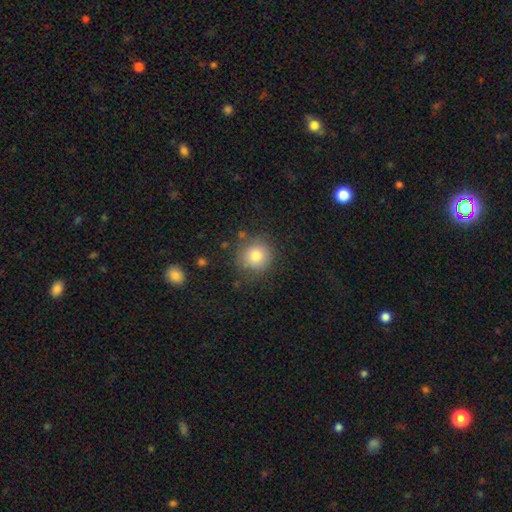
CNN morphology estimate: type=smooth (80%); roundness=round (91%); merging=none (80%).